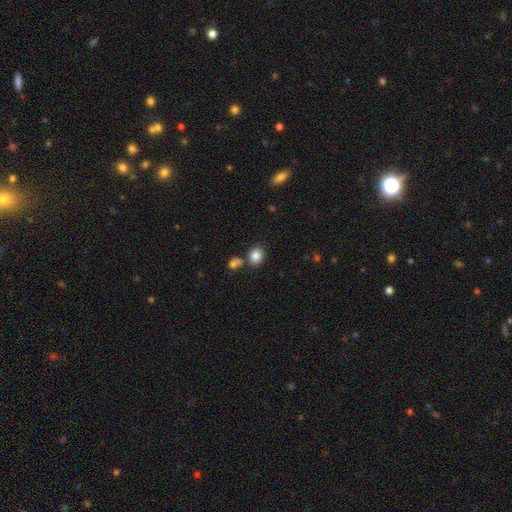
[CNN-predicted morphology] Overall: smooth (84%). How rounded: round (53%; in between 46%). Merging: none (71%).